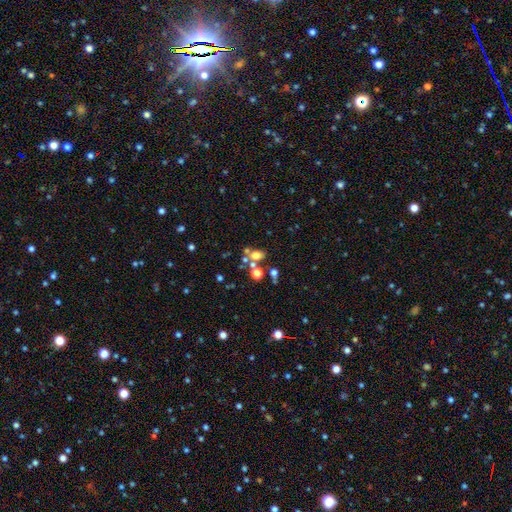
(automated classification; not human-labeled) This appears to be a smooth galaxy with no disk features (64%) that is in between round and cigar-shaped (54%). Merging: none (53%).